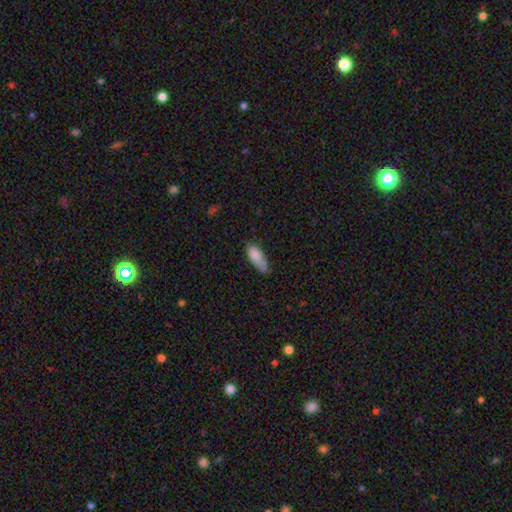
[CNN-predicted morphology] A smooth galaxy with no disk features (83%) that is in between round and cigar-shaped (73%).

Vote fractions:
- Smooth or featured? smooth: 83% / featured or disk: 9% / star or artifact: 8%
- How rounded? in between: 73% / cigar-shaped: 24% / round: 2%
- Merging? none: 48% / minor disturbance: 37% / major disturbance: 11% / merger: 4%